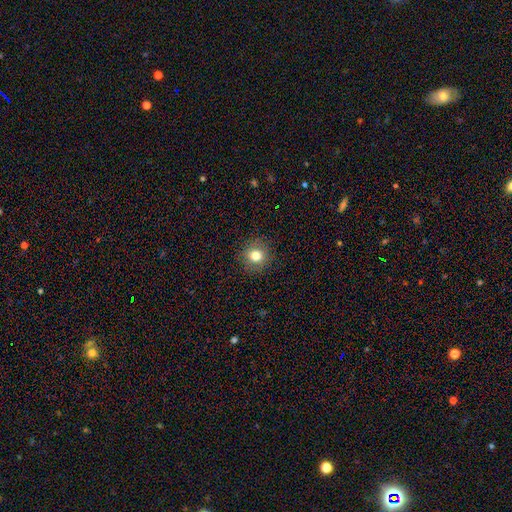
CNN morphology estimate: Smooth or featured?
  - smooth: 79% *
  - star or artifact: 12%
  - featured or disk: 9%
How rounded?
  - round: 89% *
  - in between: 10%
  - cigar-shaped: 1%
Merging?
  - none: 90% *
  - minor disturbance: 7%
  - major disturbance: 2%
  - merger: 1%